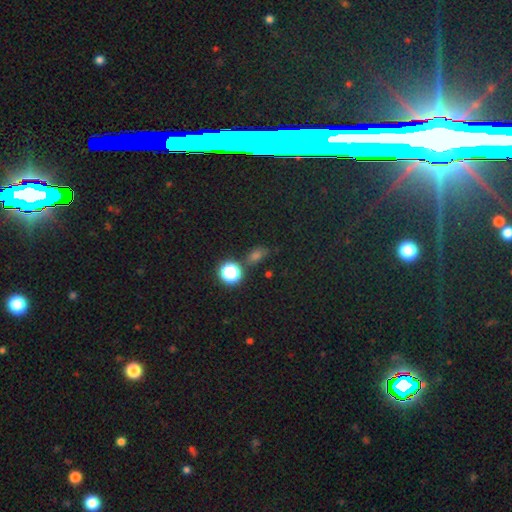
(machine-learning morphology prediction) Overall: smooth (60%; star or artifact 33%). How rounded: in between (57%; round 39%). Merging: none (68%).